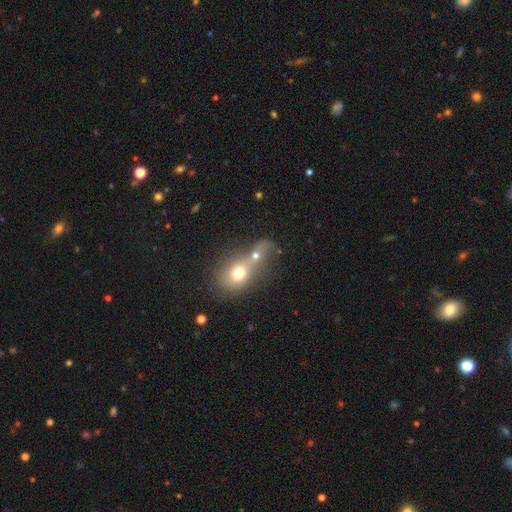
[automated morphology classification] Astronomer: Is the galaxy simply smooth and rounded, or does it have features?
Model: smooth — 66%.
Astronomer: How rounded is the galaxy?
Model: round — 51% (runner-up: in between, 46%).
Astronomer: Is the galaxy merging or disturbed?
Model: merger — 75%.